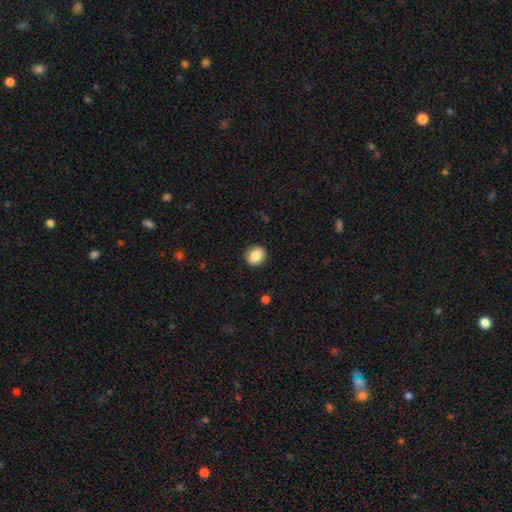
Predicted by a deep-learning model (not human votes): The model was most divided on "how rounded": round: 61%, in between: 38%, cigar-shaped: 1%. More confident: smooth or featured — smooth (88%); merging — none (87%).